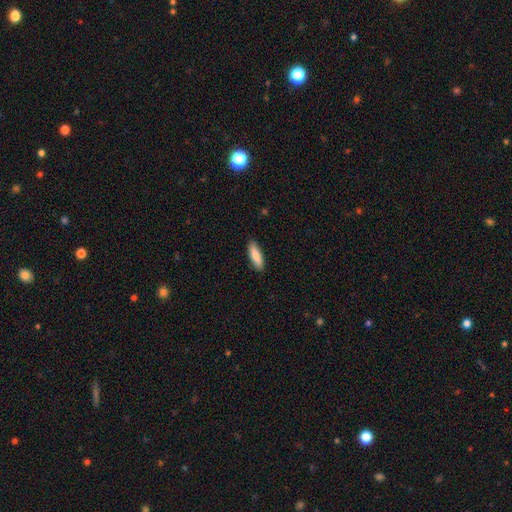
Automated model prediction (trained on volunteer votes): Q: Smooth or featured?
A: smooth (82%); runner-up: featured or disk (12%)
Q: How rounded?
A: in between (53%); runner-up: cigar-shaped (45%)
Q: Merging?
A: none (89%); runner-up: minor disturbance (8%)